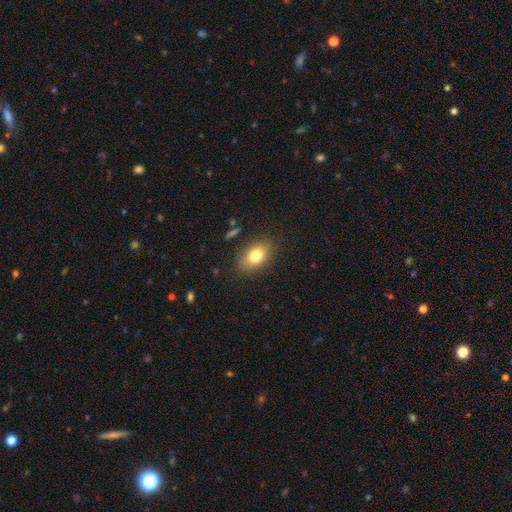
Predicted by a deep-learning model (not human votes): This appears to be a smooth galaxy with no disk features (79%) that is in between round and cigar-shaped (84%). Merging: none (84%).